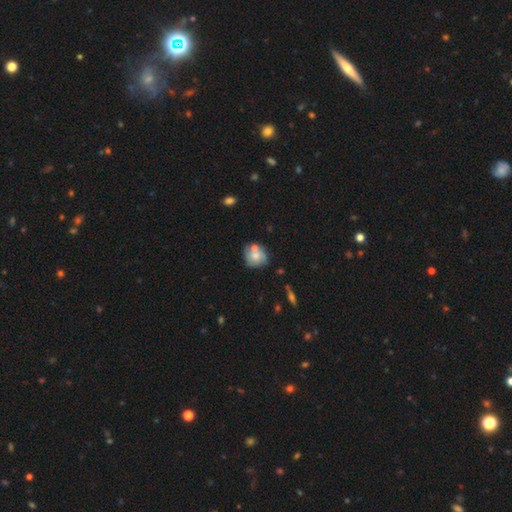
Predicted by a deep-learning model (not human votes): A smooth galaxy with no disk features (52%) that is round (72%).

Vote fractions:
- Smooth or featured? smooth: 52% / featured or disk: 40% / star or artifact: 8%
- How rounded? round: 72% / in between: 27% / cigar-shaped: 1%
- Merging? none: 52% / merger: 21% / minor disturbance: 20% / major disturbance: 7%